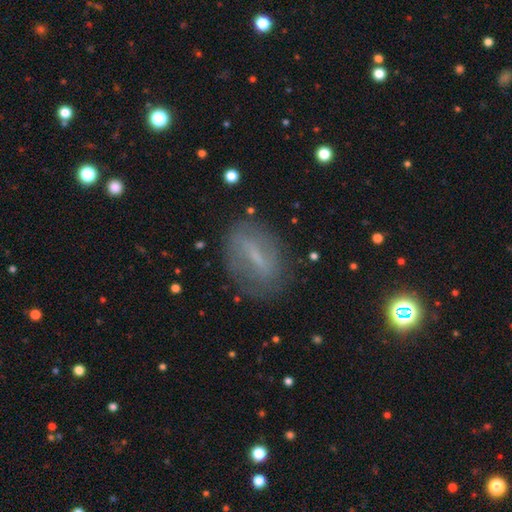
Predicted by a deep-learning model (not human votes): featured or disk 45%, smooth 43%, star or artifact 12%. Down the decision tree: merging — none (76%).